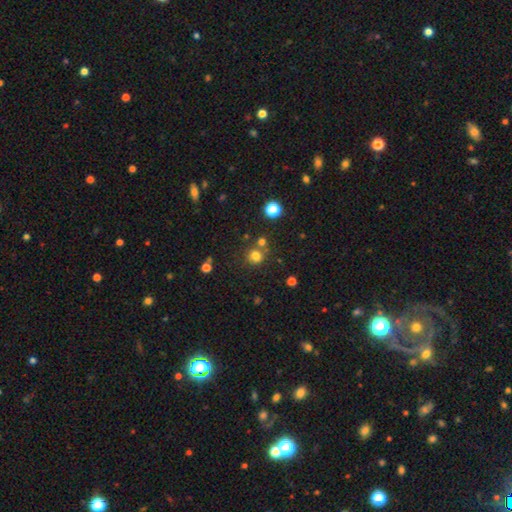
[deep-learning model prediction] Smooth or featured?
  - smooth: 74% *
  - star or artifact: 18%
  - featured or disk: 7%
How rounded?
  - round: 86% *
  - in between: 13%
  - cigar-shaped: 1%
Merging?
  - none: 66% *
  - merger: 21%
  - minor disturbance: 10%
  - major disturbance: 4%